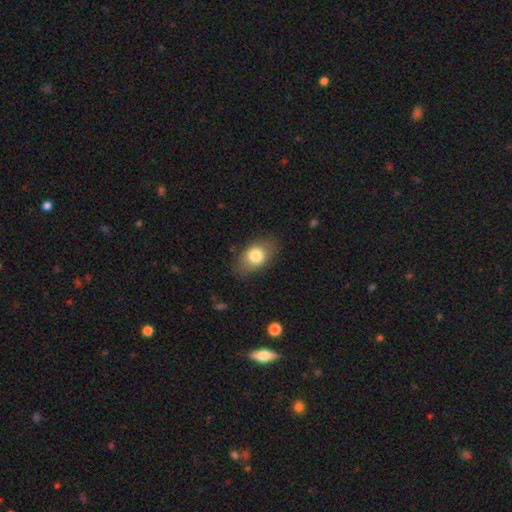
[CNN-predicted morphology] Smooth or featured? Predicted: smooth (p=0.78). How rounded? Predicted: in between (p=0.83). Merging? Predicted: none (p=0.78).